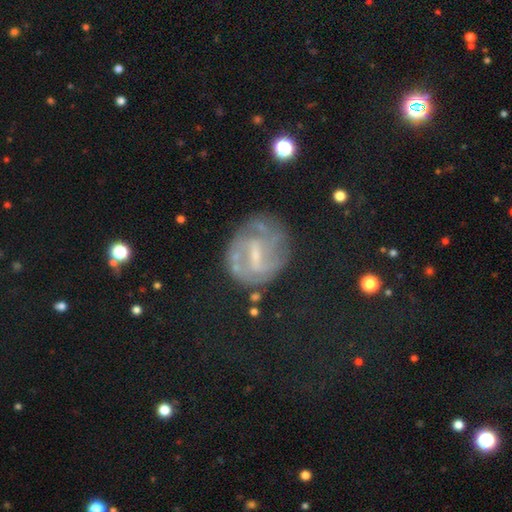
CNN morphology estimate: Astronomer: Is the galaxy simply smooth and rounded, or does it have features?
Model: featured or disk — 66%.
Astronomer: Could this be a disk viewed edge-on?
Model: no — 96%.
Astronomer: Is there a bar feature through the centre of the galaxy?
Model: weak — 53%.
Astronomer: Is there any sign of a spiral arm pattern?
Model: yes — 78%.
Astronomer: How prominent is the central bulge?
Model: small — 55%.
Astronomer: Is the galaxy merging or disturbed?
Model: none — 62%.